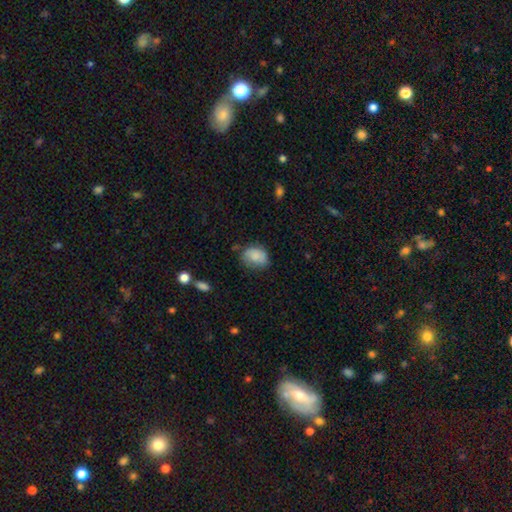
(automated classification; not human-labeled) smooth_or_featured: smooth (p=0.77) [alt: featured or disk p=0.16]
how_rounded: in between (p=0.59) [alt: round p=0.39]
merging: none (p=0.59) [alt: minor disturbance p=0.30]